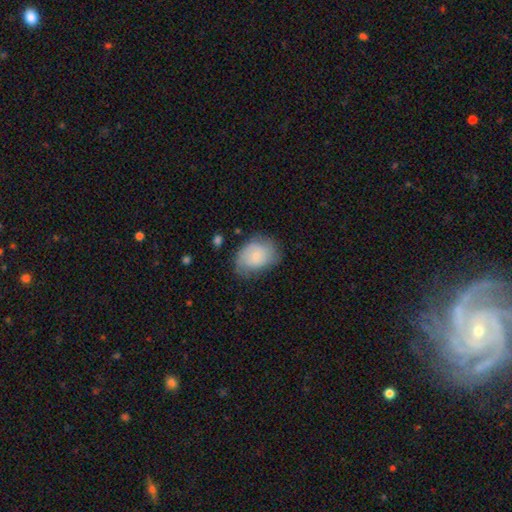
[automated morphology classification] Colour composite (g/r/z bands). It shows a smooth galaxy with no disk features (69%) that is in between round and cigar-shaped (68%). Merging: none (57%).